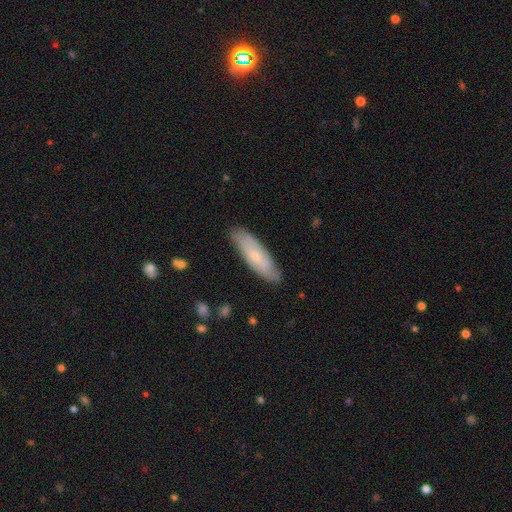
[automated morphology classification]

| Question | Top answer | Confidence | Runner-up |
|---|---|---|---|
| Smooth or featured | smooth | 61% | featured or disk (33%) |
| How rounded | cigar-shaped | 54% | in between (45%) |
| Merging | none | 84% | minor disturbance (13%) |